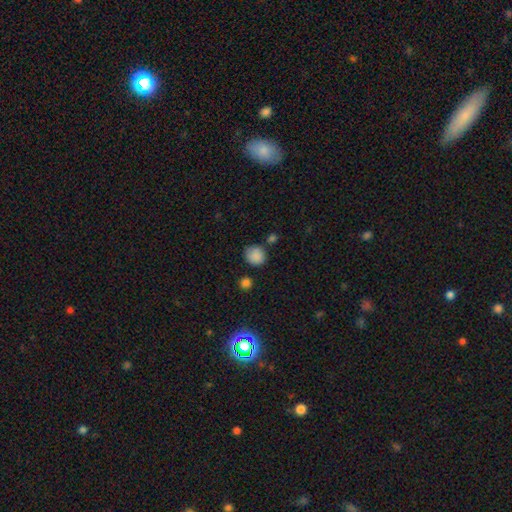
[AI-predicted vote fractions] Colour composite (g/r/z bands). It shows a smooth galaxy with no disk features (85%) that is round (79%). Merging: none (71%).